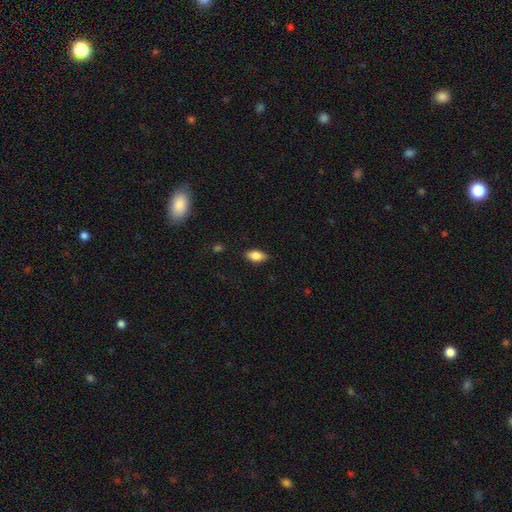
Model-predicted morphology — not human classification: This is clearly a smooth galaxy (83%). How rounded: clearly in between (89%). Merging: clearly none (80%).